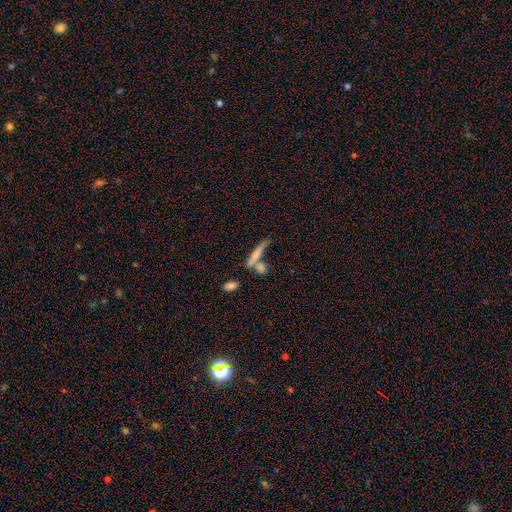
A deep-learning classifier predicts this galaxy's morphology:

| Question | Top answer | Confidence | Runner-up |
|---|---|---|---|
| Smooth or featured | smooth | 61% | featured or disk (29%) |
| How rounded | cigar-shaped | 82% | in between (14%) |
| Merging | none | 50% | merger (29%) |